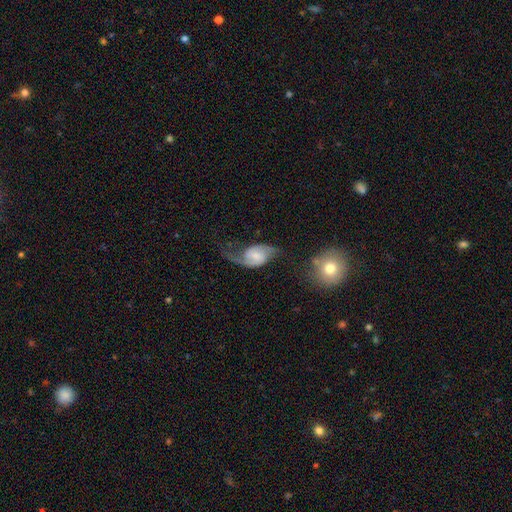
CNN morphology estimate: Smooth or featured?
  - featured or disk: 77% *
  - smooth: 16%
  - star or artifact: 7%
Edge-on disk?
  - no: 96% *
  - yes: 4%
Bar?
  - weak: 49% *
  - no: 38%
  - strong: 13%
Spiral arms?
  - yes: 94% *
  - no: 6%
Spiral winding?
  - loose: 58% *
  - medium: 33%
  - tight: 9%
Spiral arm count?
  - 2: 85% *
  - 1: 8%
  - can't tell: 4%
  - 3: 1%
  - 4: 1%
  - more than 4: 1%
Bulge size?
  - moderate: 38% *
  - small: 37%
  - none: 14%
  - large: 9%
  - dominant: 2%
Merging?
  - none: 48% *
  - major disturbance: 25%
  - minor disturbance: 22%
  - merger: 5%